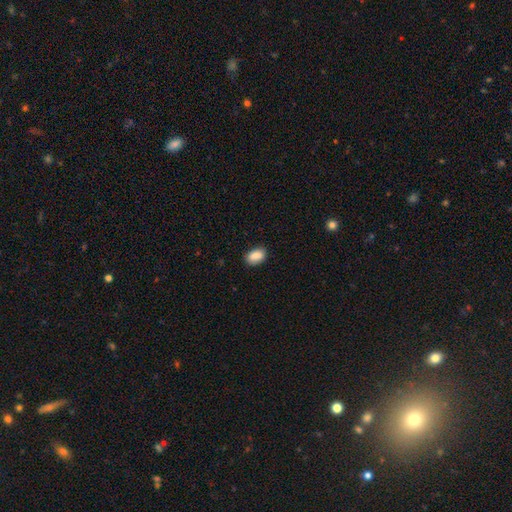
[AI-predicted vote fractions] A smooth galaxy with no disk features (88%) that is in between round and cigar-shaped (89%).

Vote fractions:
- Smooth or featured? smooth: 88% / star or artifact: 7% / featured or disk: 5%
- How rounded? in between: 89% / round: 9% / cigar-shaped: 2%
- Merging? none: 85% / minor disturbance: 12% / major disturbance: 2% / merger: 1%